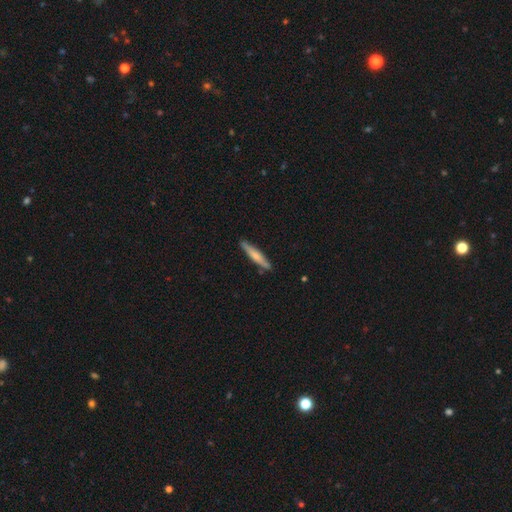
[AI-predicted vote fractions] Smooth or featured: smooth — 61% (featured or disk — 34%)
How rounded: cigar-shaped — 92% (in between — 7%)
Merging: none — 85% (minor disturbance — 11%)